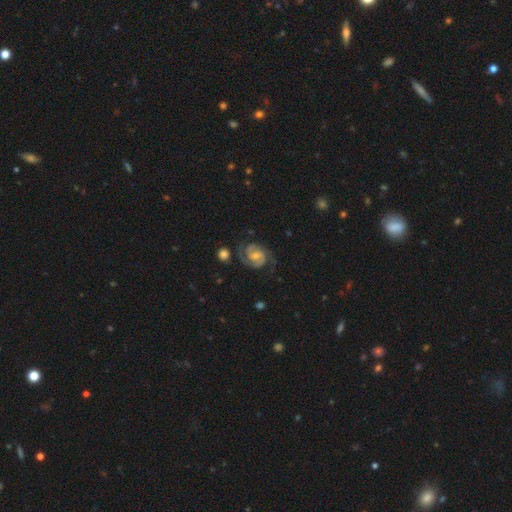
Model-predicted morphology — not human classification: smooth-or-featured: featured or disk: 88% | smooth: 7% | star or artifact: 5%
  disk-edge-on: no: 98% | yes: 2%
    bar: no: 48% | weak: 43% | strong: 9%
    has-spiral-arms: yes: 98% | no: 2%
      spiral-winding: medium: 45% (tied) | tight: 45% (tied) | loose: 10%
      spiral-arm-count: 2: 83% | 3: 7% | can't tell: 5% | 1: 2% | 4: 2% | more than 4: 2%
    bulge-size: small: 53% | moderate: 38% | none: 6% | large: 3% | dominant: 1%
  merging: none: 72% | minor disturbance: 17% | major disturbance: 8% | merger: 2%